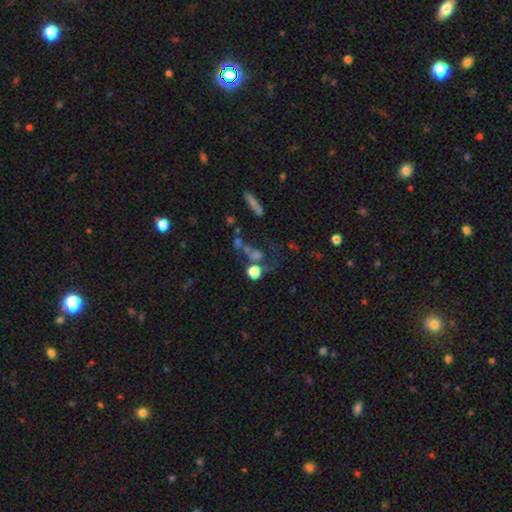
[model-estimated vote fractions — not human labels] This appears to be a smooth galaxy with no disk features (43%). Merging: none (40%).